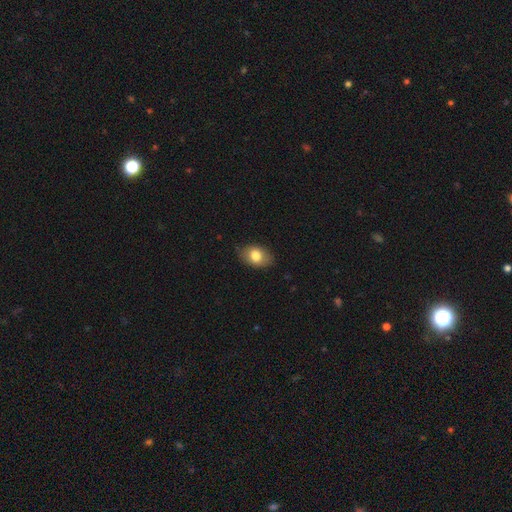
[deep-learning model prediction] Smooth or featured?
  - smooth: 79% *
  - featured or disk: 13%
  - star or artifact: 8%
How rounded?
  - in between: 82% *
  - round: 17%
  - cigar-shaped: 1%
Merging?
  - none: 79% *
  - minor disturbance: 17%
  - major disturbance: 3%
  - merger: 1%